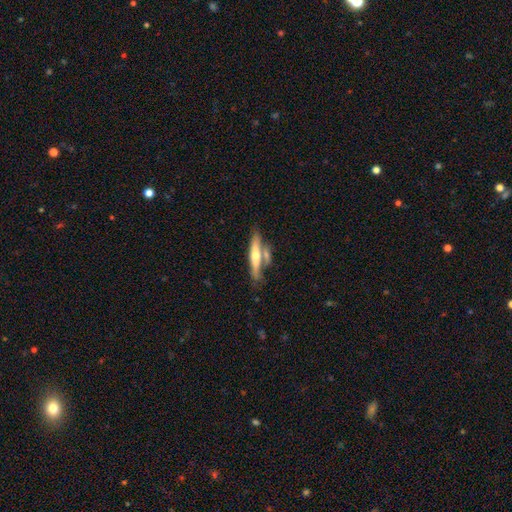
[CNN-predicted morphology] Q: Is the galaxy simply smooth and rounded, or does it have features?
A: featured or disk — 54%.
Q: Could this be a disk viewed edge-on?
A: yes — 88%.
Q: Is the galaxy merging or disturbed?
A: none — 56%.